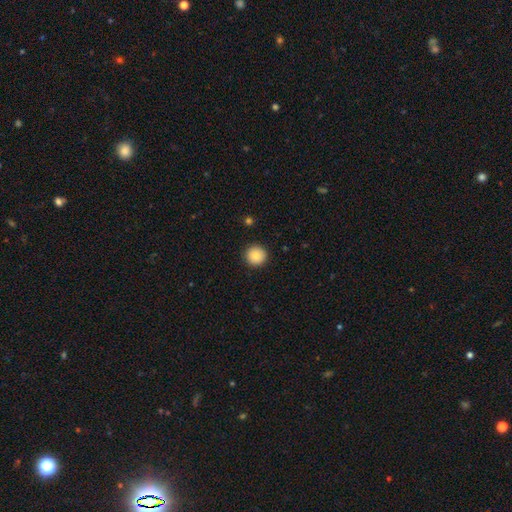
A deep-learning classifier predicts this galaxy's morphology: type=smooth (87%); roundness=round (95%); merging=none (92%).